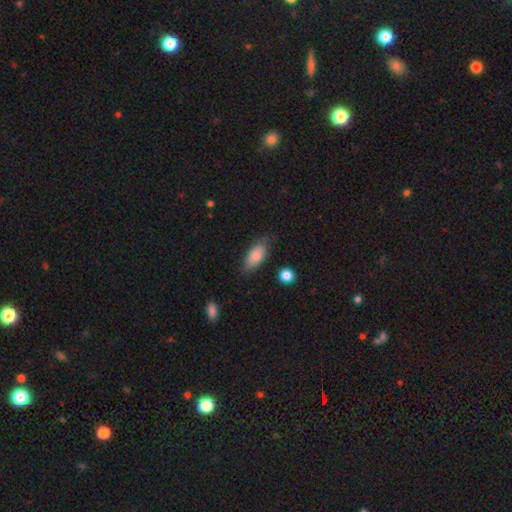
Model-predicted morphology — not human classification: Overall: smooth (83%). How rounded: in between (84%). Merging: none (74%).